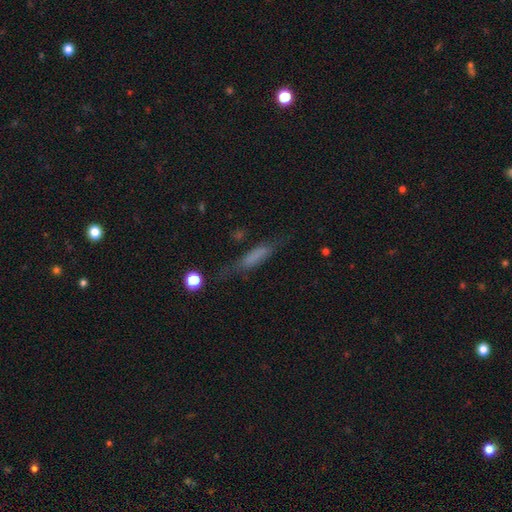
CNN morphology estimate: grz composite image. It shows a smooth galaxy with no disk features (63%) that is cigar-shaped (76%). Merging: none (61%).